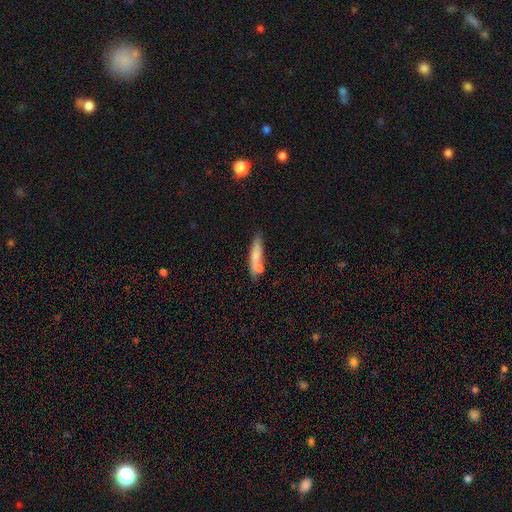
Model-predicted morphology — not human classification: Smooth or featured? smooth (74%)
How rounded? cigar-shaped (72%)
Merging? none (61%)